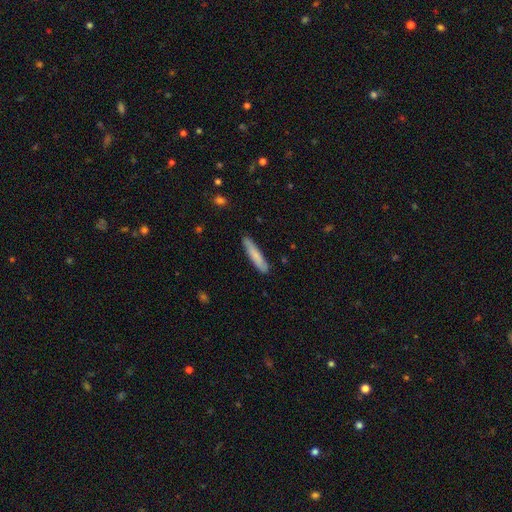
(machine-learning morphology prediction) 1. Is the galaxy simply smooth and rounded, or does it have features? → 75% smooth, 20% featured or disk, 6% star or artifact.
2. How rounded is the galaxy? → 91% cigar-shaped, 8% in between, 1% round.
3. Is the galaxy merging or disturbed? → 85% none, 12% minor disturbance, 2% major disturbance, 1% merger.